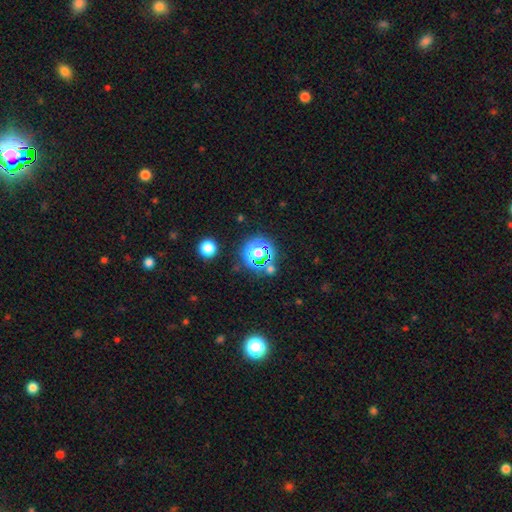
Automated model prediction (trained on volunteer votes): A star or artifact, not a galaxy (55%).